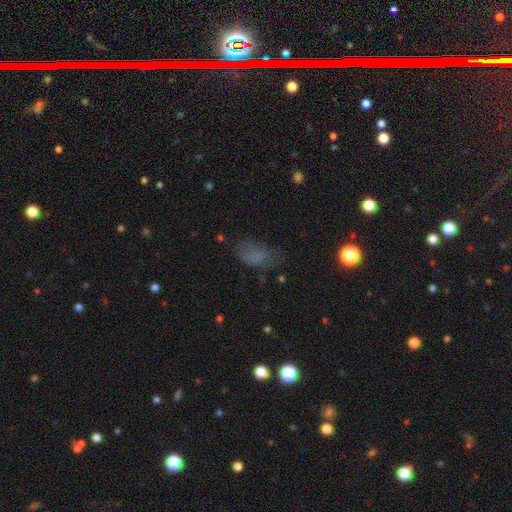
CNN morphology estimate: A smooth galaxy with no disk features (67%) that is in between round and cigar-shaped (88%). Merging: none (52%).